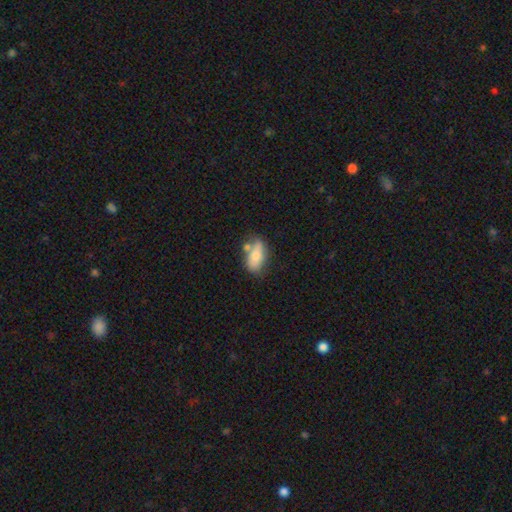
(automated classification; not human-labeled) Morphology: type=smooth (70%); roundness=in between (86%); merging=none (55%).